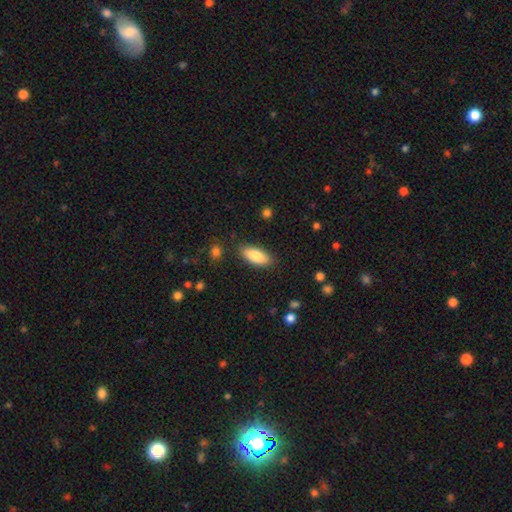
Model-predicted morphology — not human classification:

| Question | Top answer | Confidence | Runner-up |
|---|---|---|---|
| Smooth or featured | smooth | 83% | featured or disk (11%) |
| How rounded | in between | 79% | cigar-shaped (19%) |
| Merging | none | 86% | minor disturbance (10%) |